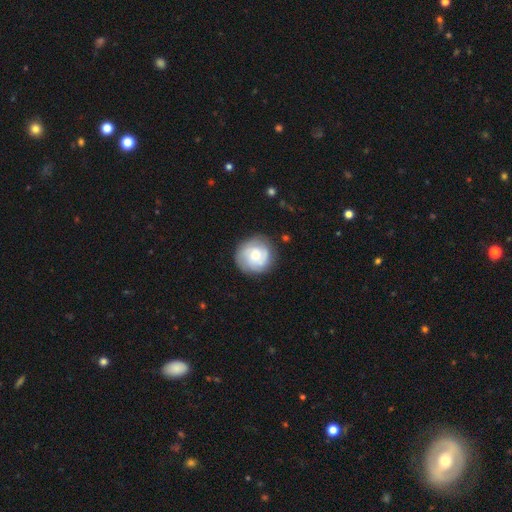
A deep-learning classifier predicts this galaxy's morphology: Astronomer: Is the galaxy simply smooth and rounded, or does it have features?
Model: smooth — 48% (runner-up: featured or disk, 45%).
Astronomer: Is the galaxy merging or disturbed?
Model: none — 79%.